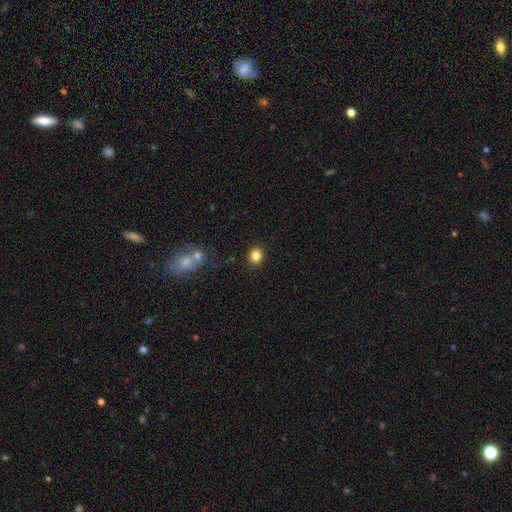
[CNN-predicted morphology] Smooth or featured: smooth — 84% (star or artifact — 11%)
How rounded: round — 77% (in between — 22%)
Merging: none — 88% (minor disturbance — 7%)